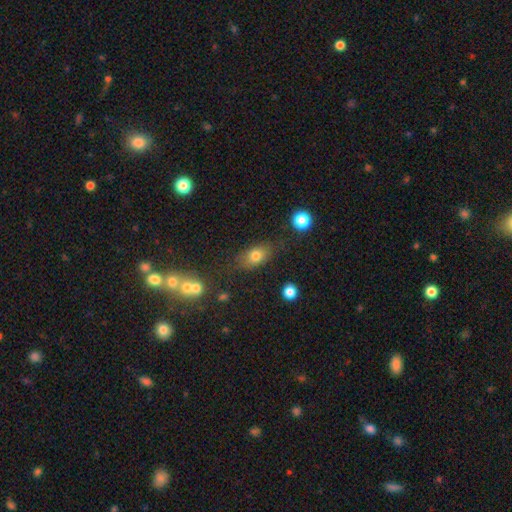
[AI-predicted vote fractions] A smooth galaxy with no disk features (76%) that is in between round and cigar-shaped (78%). Merging: none (74%).